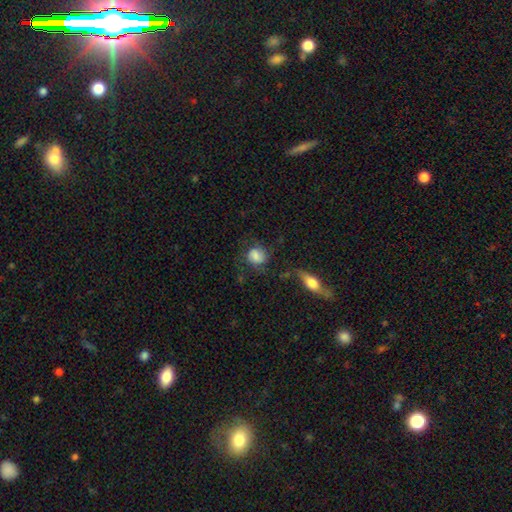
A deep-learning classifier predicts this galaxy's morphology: Q: Smooth or featured?
A: smooth (67%); runner-up: featured or disk (23%)
Q: How rounded?
A: round (68%); runner-up: in between (30%)
Q: Merging?
A: none (59%); runner-up: minor disturbance (21%)